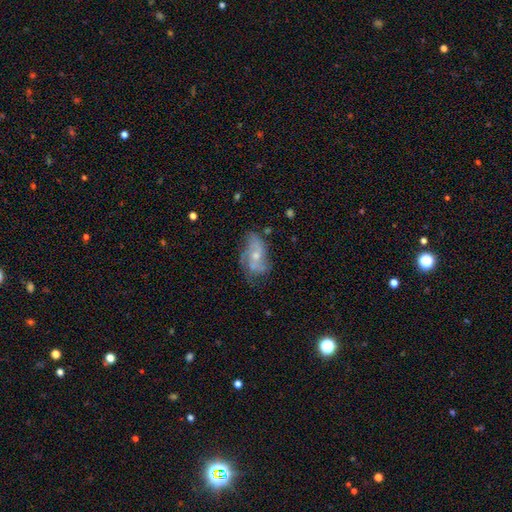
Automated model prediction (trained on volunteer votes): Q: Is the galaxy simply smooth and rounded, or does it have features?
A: featured or disk — 68%.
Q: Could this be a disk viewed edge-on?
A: no — 95%.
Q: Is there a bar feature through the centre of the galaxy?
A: no — 71%.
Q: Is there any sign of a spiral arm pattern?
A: yes — 82%.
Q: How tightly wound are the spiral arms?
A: medium — 42%.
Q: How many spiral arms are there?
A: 2 — 41%.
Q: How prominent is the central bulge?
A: small — 54%.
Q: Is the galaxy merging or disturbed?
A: none — 54%.